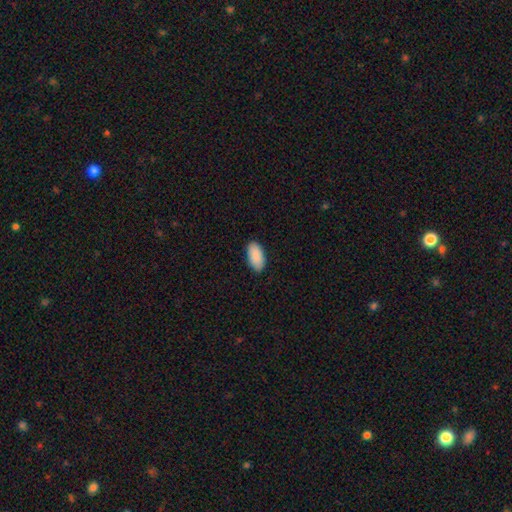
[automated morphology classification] Q: Smooth or featured?
A: smooth (91%); runner-up: star or artifact (6%)
Q: How rounded?
A: in between (95%); runner-up: cigar-shaped (3%)
Q: Merging?
A: none (87%); runner-up: minor disturbance (10%)